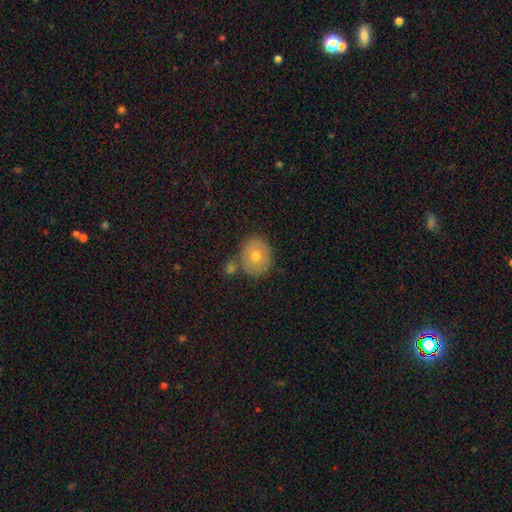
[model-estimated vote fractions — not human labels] Q: Smooth or featured?
A: smooth (68%); runner-up: featured or disk (22%)
Q: How rounded?
A: round (76%); runner-up: in between (23%)
Q: Merging?
A: none (73%); runner-up: merger (12%)